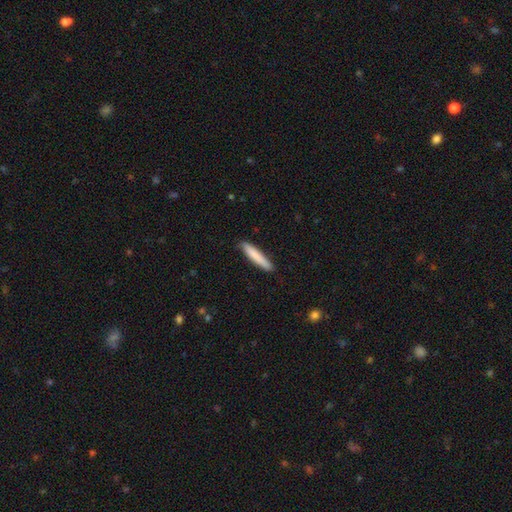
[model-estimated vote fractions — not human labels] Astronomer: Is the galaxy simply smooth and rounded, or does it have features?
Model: smooth — 82%.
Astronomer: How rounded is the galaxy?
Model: cigar-shaped — 91%.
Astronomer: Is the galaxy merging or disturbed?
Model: none — 87%.